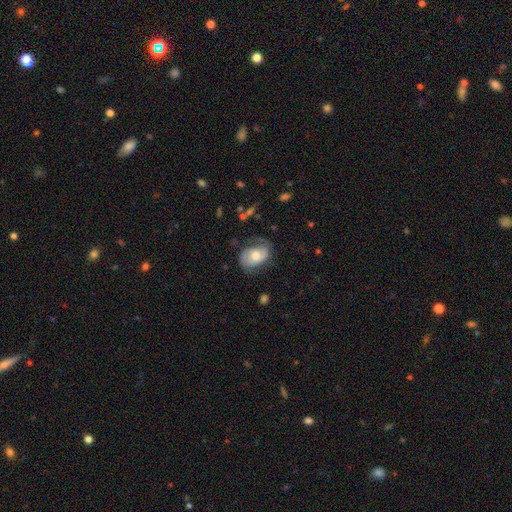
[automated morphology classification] This appears to be a featured or disk galaxy (55%) with no bar (67%), spiral arms (81%) and a moderate central bulge (60%). Merging: none (60%).